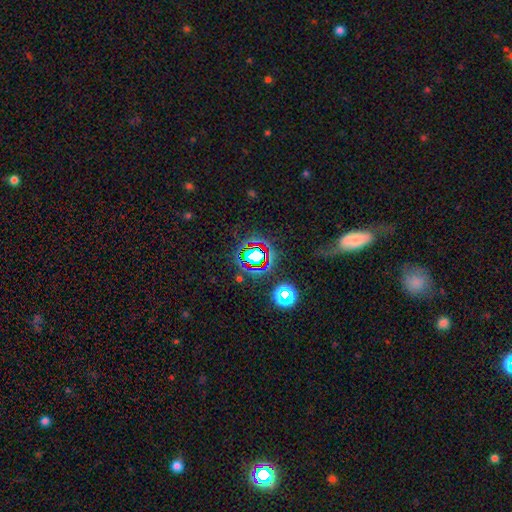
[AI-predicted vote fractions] Smooth or featured? star or artifact (64%)